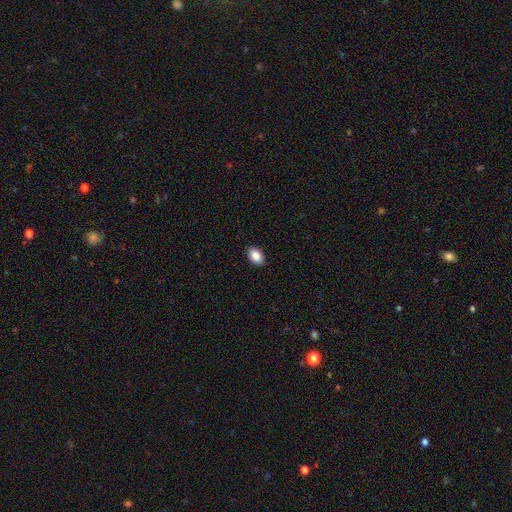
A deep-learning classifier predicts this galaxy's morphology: This appears to be a smooth galaxy with no disk features (88%) that is in between round and cigar-shaped (85%). Merging: none (90%).